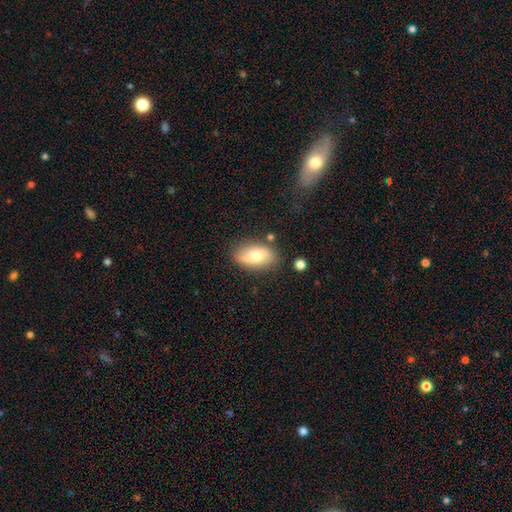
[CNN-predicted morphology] type=smooth (67%); roundness=in between (91%); merging=none (79%).